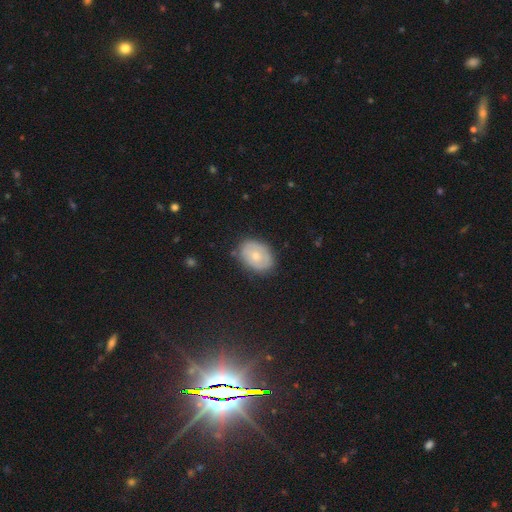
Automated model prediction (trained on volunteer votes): This appears to be a smooth galaxy with no disk features (53%) that is in between round and cigar-shaped (75%). Merging: none (80%).